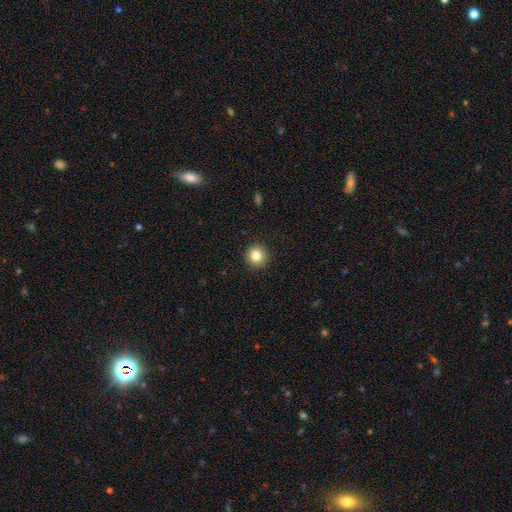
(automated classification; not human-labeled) Morphology: type=smooth (83%); roundness=round (94%); merging=none (92%).